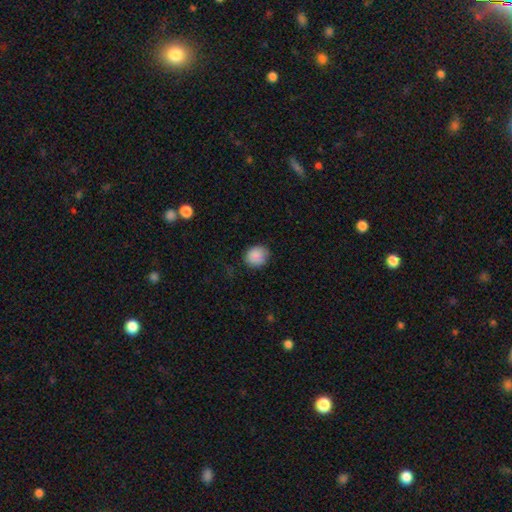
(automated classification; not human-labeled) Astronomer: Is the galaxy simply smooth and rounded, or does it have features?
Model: smooth — 88%.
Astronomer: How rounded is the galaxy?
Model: round — 78%.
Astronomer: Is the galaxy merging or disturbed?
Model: none — 80%.